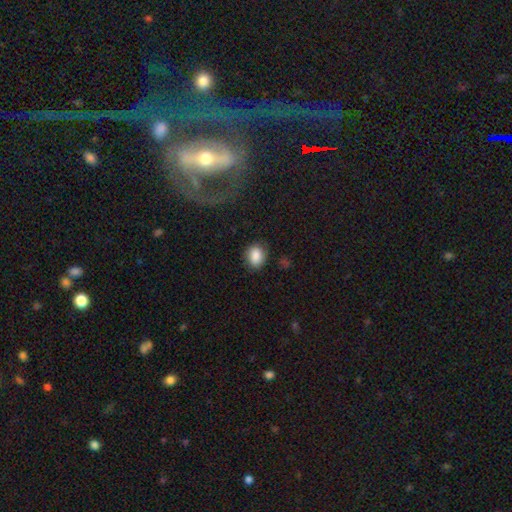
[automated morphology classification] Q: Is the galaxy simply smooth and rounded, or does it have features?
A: smooth — 86%.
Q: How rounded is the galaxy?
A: in between — 54%.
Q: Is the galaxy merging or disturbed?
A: none — 81%.